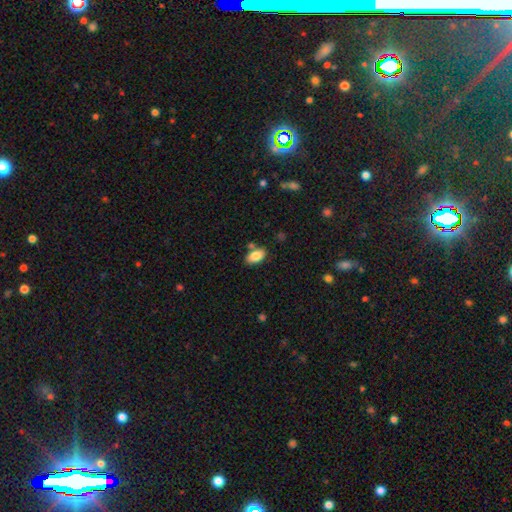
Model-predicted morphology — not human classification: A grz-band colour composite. It shows a smooth galaxy with no disk features (84%) that is in between round and cigar-shaped (93%). Merging: none (75%).